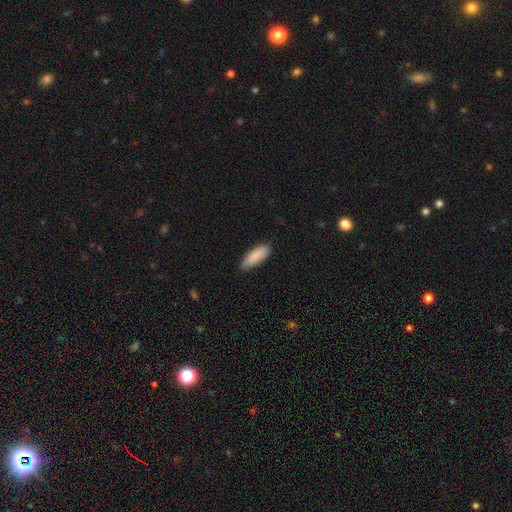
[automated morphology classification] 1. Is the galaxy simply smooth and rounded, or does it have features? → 87% smooth, 7% featured or disk, 6% star or artifact.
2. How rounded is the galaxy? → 57% in between, 41% cigar-shaped, 2% round.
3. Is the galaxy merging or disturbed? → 81% none, 15% minor disturbance, 2% major disturbance, 1% merger.